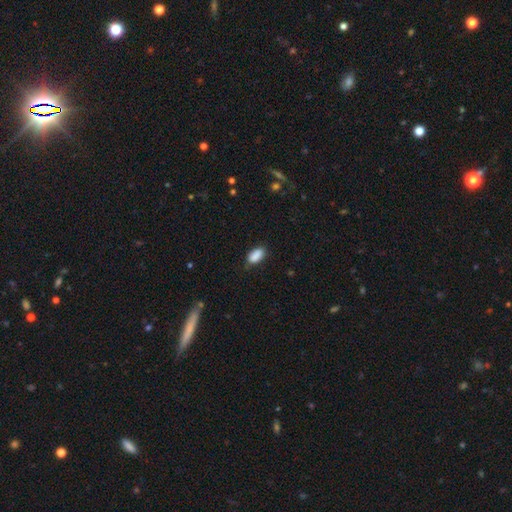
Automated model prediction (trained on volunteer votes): Smooth or featured: smooth — 89% (star or artifact — 7%)
How rounded: in between — 91% (cigar-shaped — 6%)
Merging: none — 79% (minor disturbance — 16%)